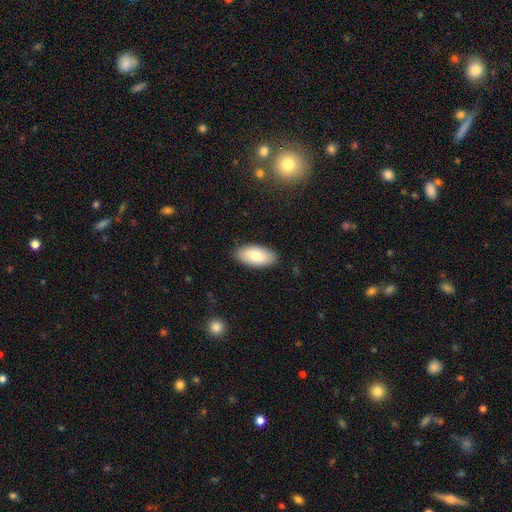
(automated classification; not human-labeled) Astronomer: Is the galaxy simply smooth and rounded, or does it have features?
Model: smooth — 78%.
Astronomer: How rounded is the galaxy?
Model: in between — 94%.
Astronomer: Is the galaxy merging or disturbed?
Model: none — 88%.